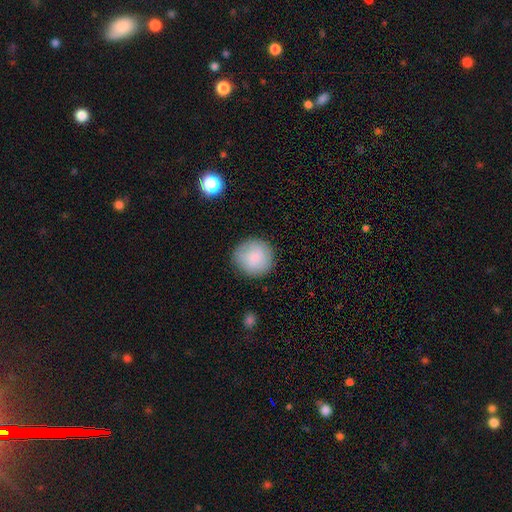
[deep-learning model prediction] The model was most divided on "smooth or featured": smooth: 79%, featured or disk: 14%, star or artifact: 7%. More confident: how rounded — round (92%); merging — none (87%).